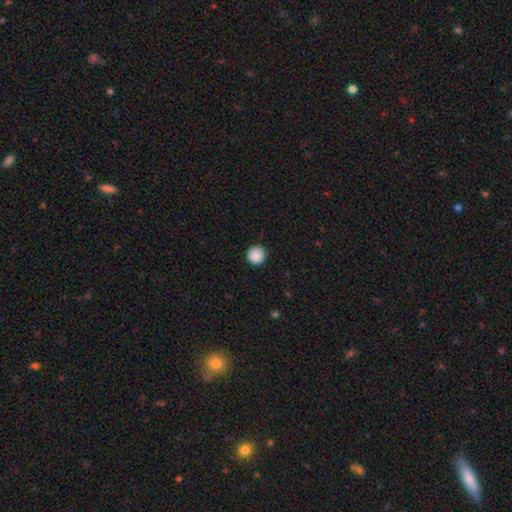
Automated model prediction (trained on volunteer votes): This is clearly a smooth galaxy (89%). How rounded: clearly round (95%). Merging: clearly none (92%).